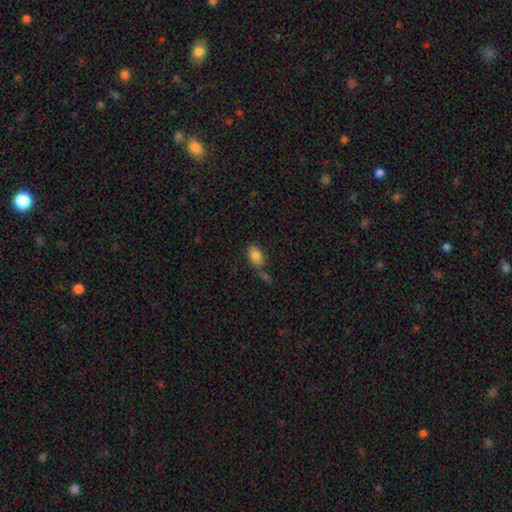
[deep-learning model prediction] A smooth galaxy with no disk features (83%) that is in between round and cigar-shaped (86%). Merging: none (54%).